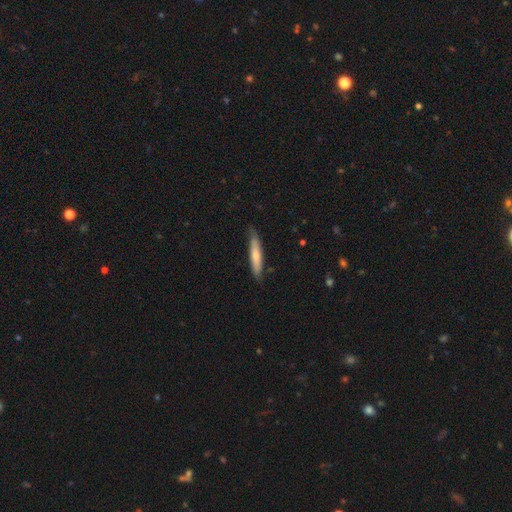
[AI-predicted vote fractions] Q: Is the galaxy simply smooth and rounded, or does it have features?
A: smooth — 65%.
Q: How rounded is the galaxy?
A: cigar-shaped — 87%.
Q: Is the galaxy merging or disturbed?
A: none — 77%.